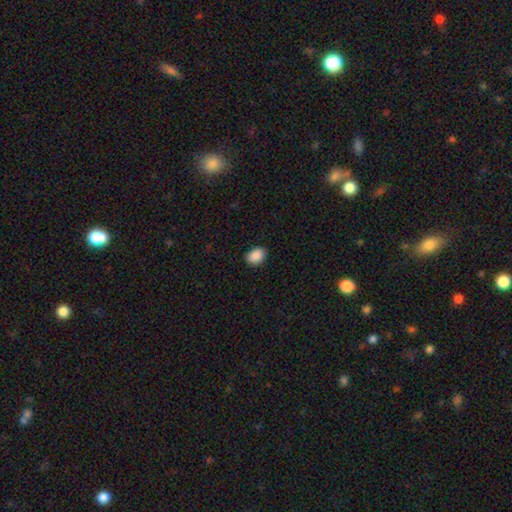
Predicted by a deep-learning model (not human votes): This appears to be a smooth galaxy with no disk features (90%) that is in between round and cigar-shaped (75%). Merging: none (88%).